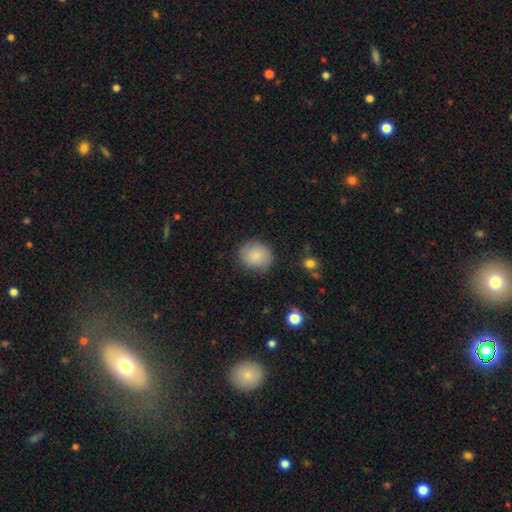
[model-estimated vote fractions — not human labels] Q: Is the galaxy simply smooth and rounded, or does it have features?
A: smooth — 84%.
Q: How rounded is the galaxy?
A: round — 78%.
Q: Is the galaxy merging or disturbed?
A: none — 81%.